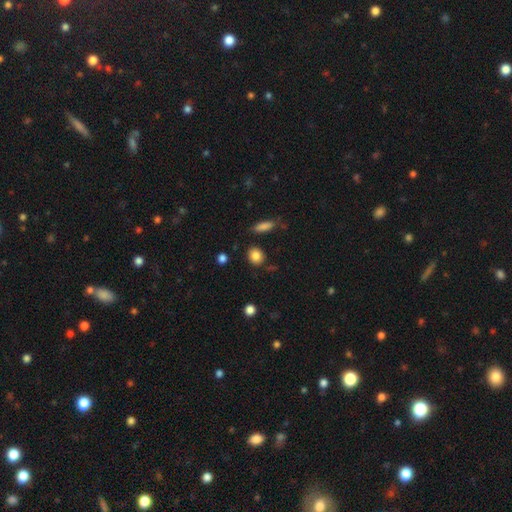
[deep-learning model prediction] A smooth galaxy with no disk features (86%) that is round (62%).

Vote fractions:
- Smooth or featured? smooth: 86% / star or artifact: 9% / featured or disk: 5%
- How rounded? round: 62% / in between: 36% / cigar-shaped: 2%
- Merging? none: 84% / minor disturbance: 10% / merger: 3% / major disturbance: 3%